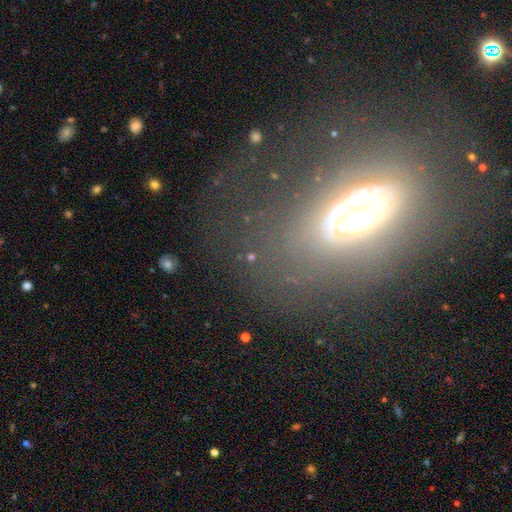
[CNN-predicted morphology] The model was most divided on "spiral arms": no: 55%, yes: 45%. Remaining: edge-on disk — no (86%); bar — no (77%); smooth or featured — featured or disk (62%); merging — none (58%); bulge size — moderate (41%).